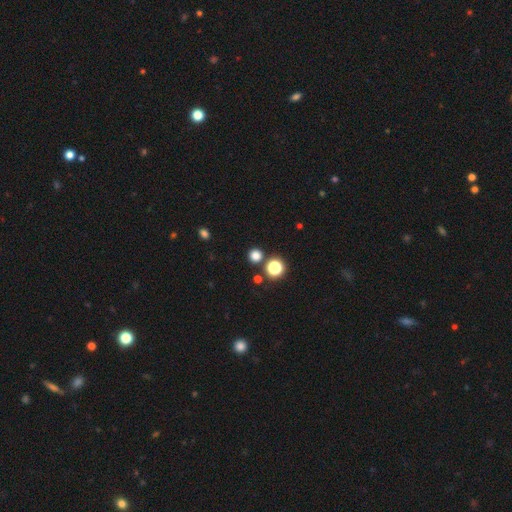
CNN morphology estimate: smooth_or_featured: smooth (p=0.76) [alt: star or artifact p=0.20]
how_rounded: round (p=0.93) [alt: in between p=0.06]
merging: none (p=0.85) [alt: merger p=0.07]